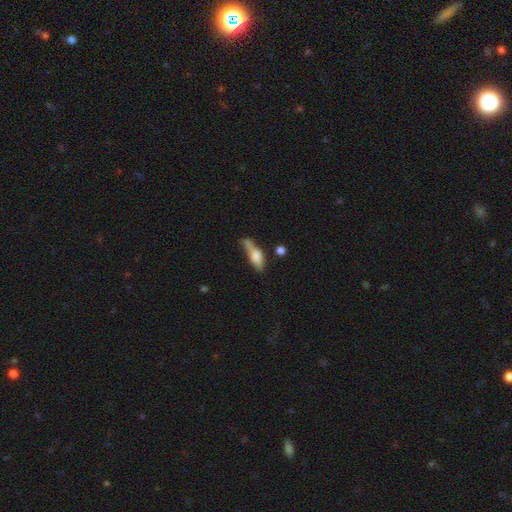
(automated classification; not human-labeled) smooth-or-featured: smooth: 60% | featured or disk: 32% | star or artifact: 8%
  how-rounded: in between: 52% | cigar-shaped: 43% | round: 6%
  merging: none: 34% | minor disturbance: 29% | major disturbance: 21% | merger: 16%